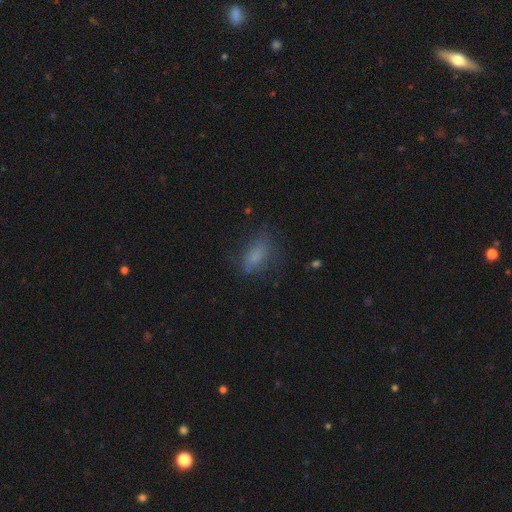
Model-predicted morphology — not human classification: Overall: smooth (73%). How rounded: in between (82%). Merging: none (63%).